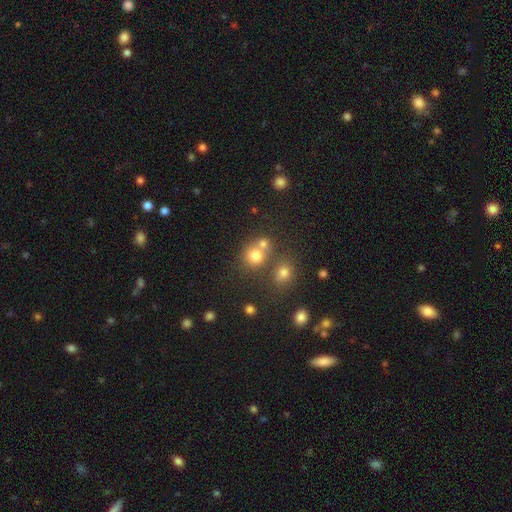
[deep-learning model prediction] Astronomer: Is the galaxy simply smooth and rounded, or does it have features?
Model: smooth — 75%.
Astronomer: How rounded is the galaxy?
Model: round — 81%.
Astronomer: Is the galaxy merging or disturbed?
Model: none — 52% (runner-up: merger, 36%).